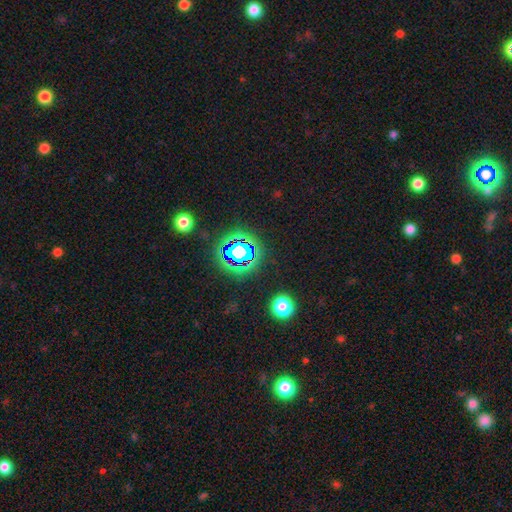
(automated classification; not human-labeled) star or artifact 78%, smooth 14%, featured or disk 8%.